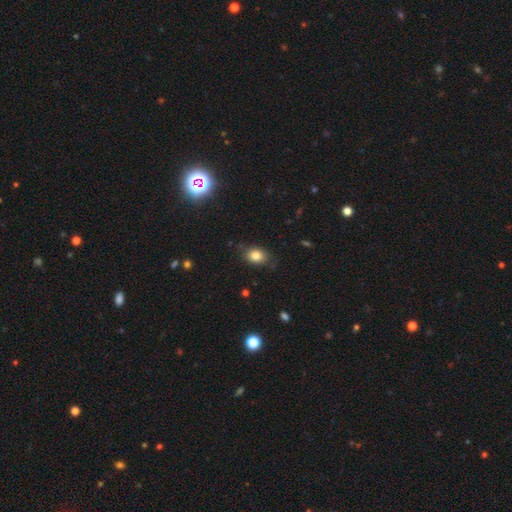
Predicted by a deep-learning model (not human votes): smooth_or_featured: smooth (p=0.82) [alt: star or artifact p=0.11]
how_rounded: in between (p=0.67) [alt: round p=0.32]
merging: none (p=0.79) [alt: minor disturbance p=0.16]